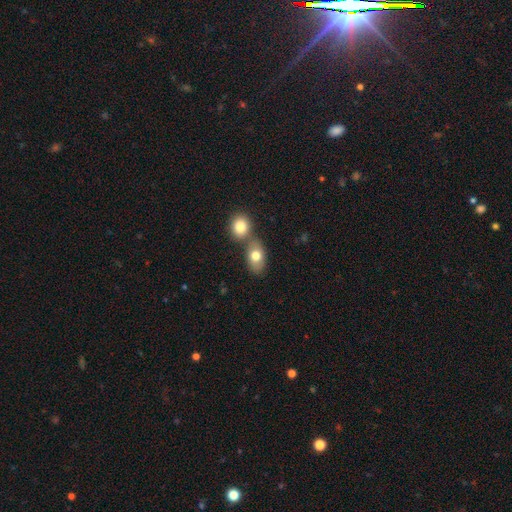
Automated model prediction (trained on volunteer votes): smooth 77%, featured or disk 15%, star or artifact 8%. Down the decision tree: how rounded — in between (76%); merging — merger (46%).